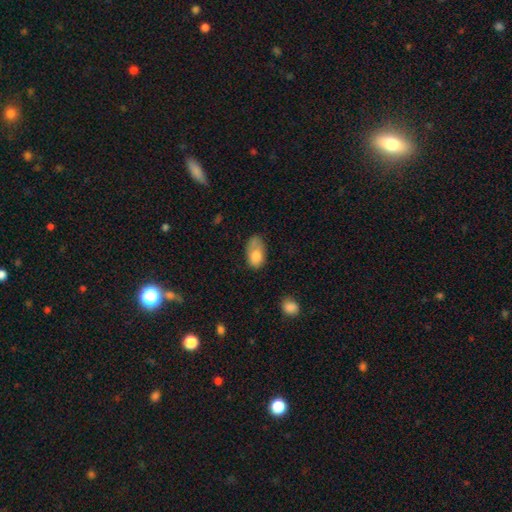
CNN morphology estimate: A smooth galaxy with no disk features (76%) that is in between round and cigar-shaped (90%).

Vote fractions:
- Smooth or featured? smooth: 76% / featured or disk: 16% / star or artifact: 8%
- How rounded? in between: 90% / round: 8% / cigar-shaped: 2%
- Merging? minor disturbance: 37% / none: 36% / major disturbance: 19% / merger: 8%